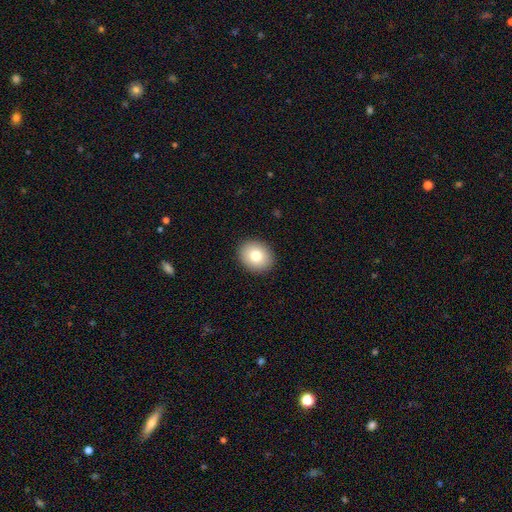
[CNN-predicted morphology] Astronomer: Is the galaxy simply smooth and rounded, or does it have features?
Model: smooth — 79%.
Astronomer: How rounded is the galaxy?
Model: round — 63%.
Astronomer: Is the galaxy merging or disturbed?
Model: none — 91%.